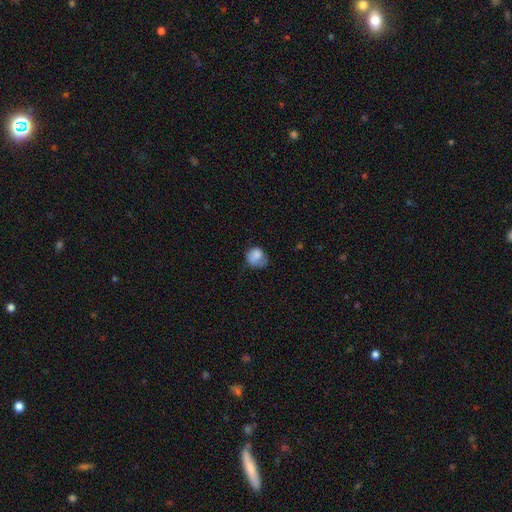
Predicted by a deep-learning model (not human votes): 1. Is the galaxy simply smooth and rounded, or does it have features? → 78% smooth, 14% featured or disk, 8% star or artifact.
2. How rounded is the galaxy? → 71% round, 28% in between, 1% cigar-shaped.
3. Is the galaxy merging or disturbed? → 41% none, 34% minor disturbance, 23% major disturbance, 3% merger.